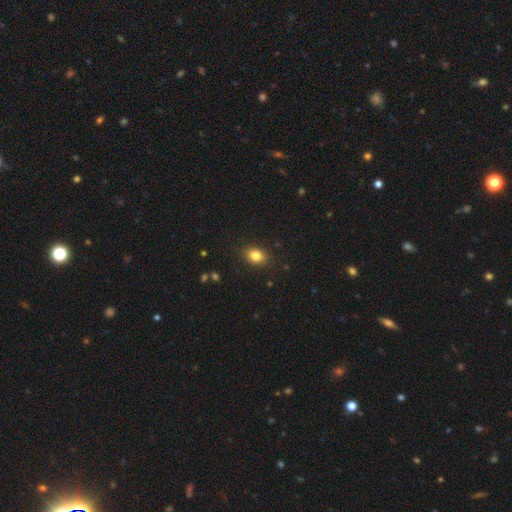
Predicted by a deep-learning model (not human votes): Overall: smooth (84%). How rounded: in between (71%). Merging: none (87%).